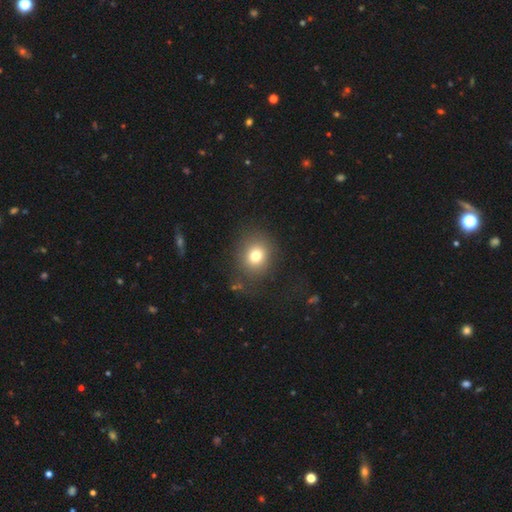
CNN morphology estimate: smooth-or-featured: smooth: 77% | star or artifact: 12% | featured or disk: 11%
  how-rounded: round: 73% | in between: 26% | cigar-shaped: 1%
  merging: none: 79% | minor disturbance: 12% | major disturbance: 7% | merger: 2%